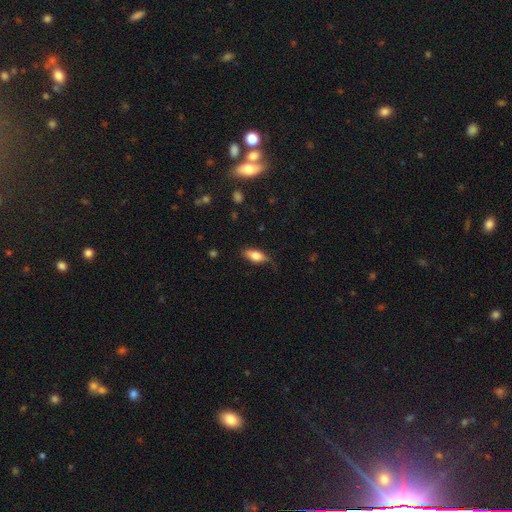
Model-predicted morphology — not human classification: smooth_or_featured: smooth (p=0.74) [alt: featured or disk p=0.20]
how_rounded: in between (p=0.76) [alt: cigar-shaped p=0.20]
merging: none (p=0.67) [alt: minor disturbance p=0.25]